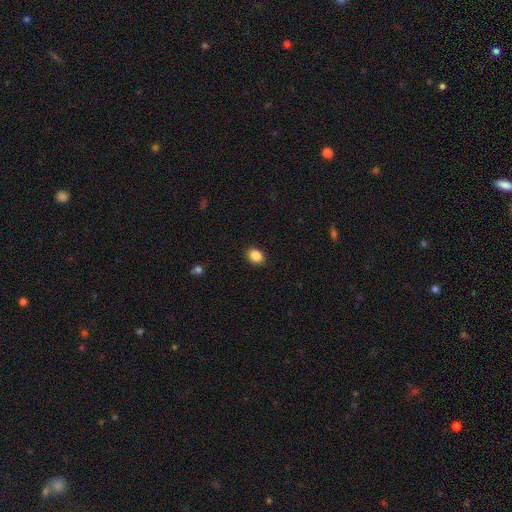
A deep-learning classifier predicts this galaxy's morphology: A smooth galaxy with no disk features (88%) that is in between round and cigar-shaped (64%). Merging: none (89%).